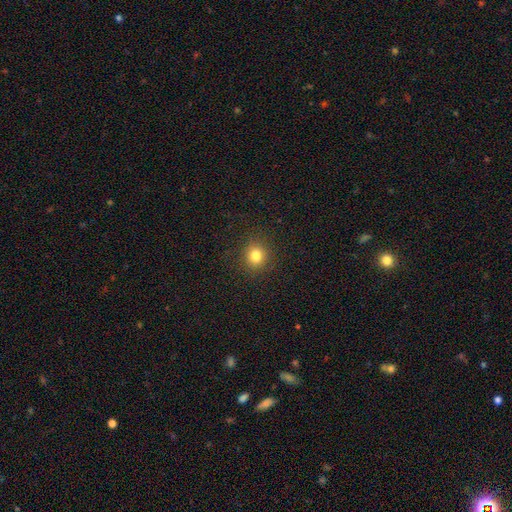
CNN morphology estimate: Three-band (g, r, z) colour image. It shows a smooth galaxy with no disk features (81%) that is round (86%). Merging: none (90%).